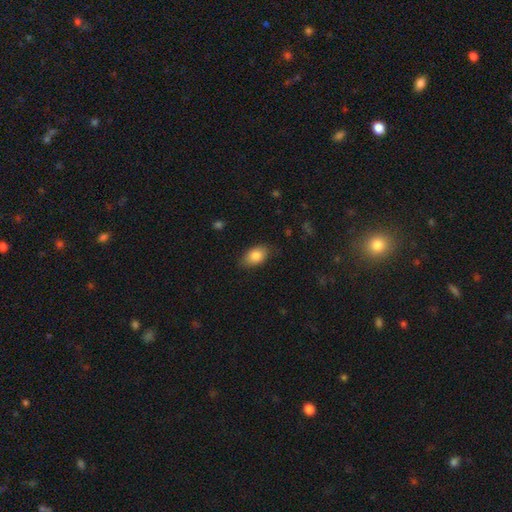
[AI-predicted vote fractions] Smooth or featured? smooth (84%)
How rounded? in between (88%)
Merging? none (81%)